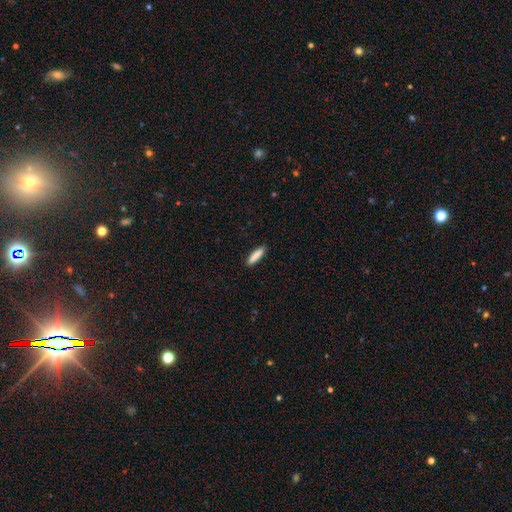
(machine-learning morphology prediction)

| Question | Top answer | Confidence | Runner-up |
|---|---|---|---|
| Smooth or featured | smooth | 87% | featured or disk (7%) |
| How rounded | cigar-shaped | 76% | in between (22%) |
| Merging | none | 89% | minor disturbance (8%) |